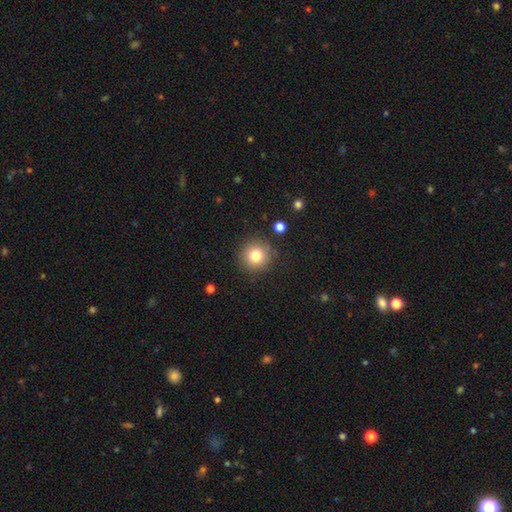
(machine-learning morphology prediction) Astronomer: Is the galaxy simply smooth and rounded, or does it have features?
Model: smooth — 80%.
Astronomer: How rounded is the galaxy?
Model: round — 94%.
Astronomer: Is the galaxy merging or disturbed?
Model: none — 88%.